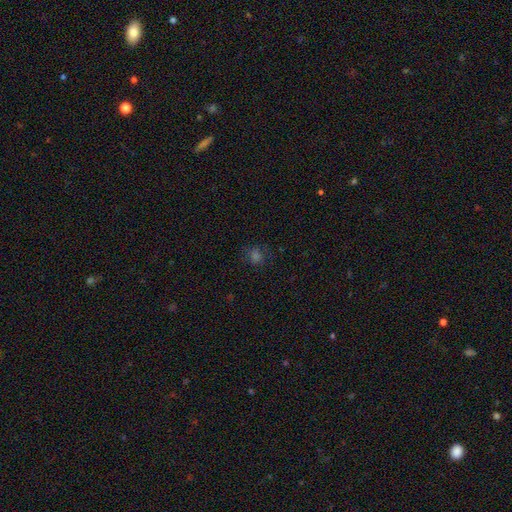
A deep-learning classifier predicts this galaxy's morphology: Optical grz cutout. It shows a smooth galaxy with no disk features (58%) that is round (81%). Merging: none (82%).